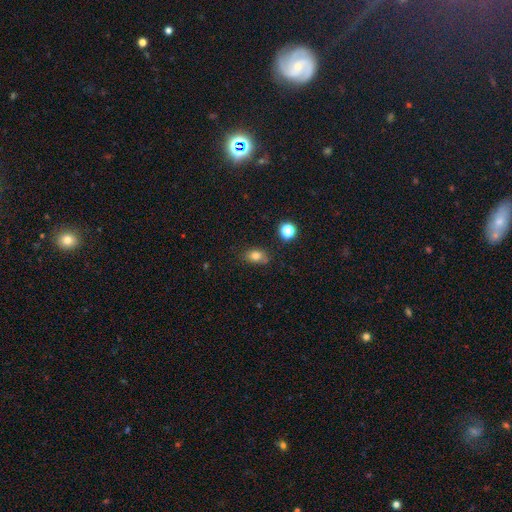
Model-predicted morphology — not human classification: Overall: smooth (79%). How rounded: in between (70%). Merging: none (70%).